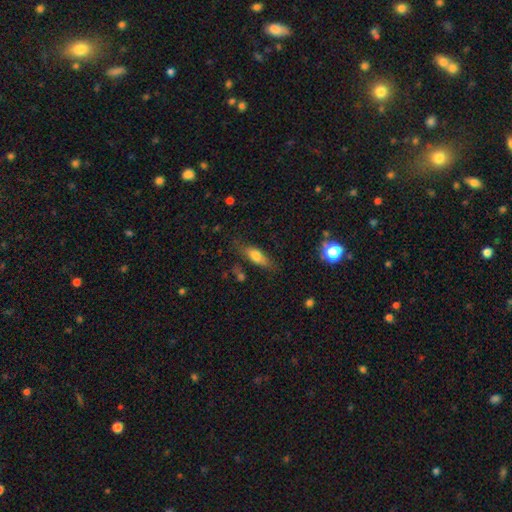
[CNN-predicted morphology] Smooth or featured?
  - smooth: 67% *
  - featured or disk: 24%
  - star or artifact: 9%
How rounded?
  - in between: 58% *
  - cigar-shaped: 39%
  - round: 4%
Merging?
  - none: 70% *
  - minor disturbance: 20%
  - major disturbance: 6%
  - merger: 4%